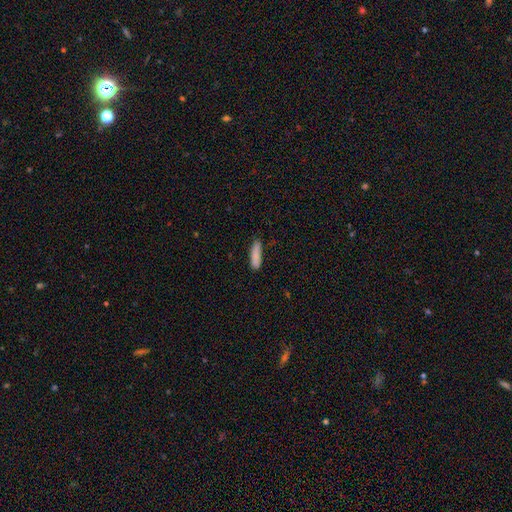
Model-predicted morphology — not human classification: This is clearly a smooth galaxy (87%). How rounded: likely cigar-shaped (69%). Merging: clearly none (82%).